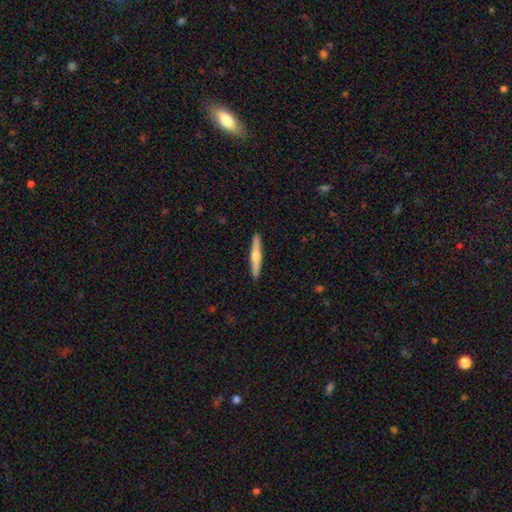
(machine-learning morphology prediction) Smooth or featured: featured or disk — 51% (smooth — 44%)
Edge-on disk: yes — 96% (no — 4%)
Merging: none — 92% (minor disturbance — 6%)